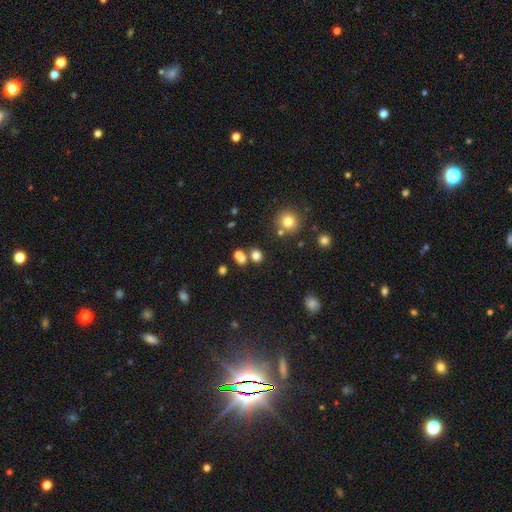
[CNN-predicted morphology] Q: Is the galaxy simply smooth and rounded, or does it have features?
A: smooth — 73%.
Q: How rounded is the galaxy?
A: round — 63%.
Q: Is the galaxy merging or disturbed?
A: none — 55%.